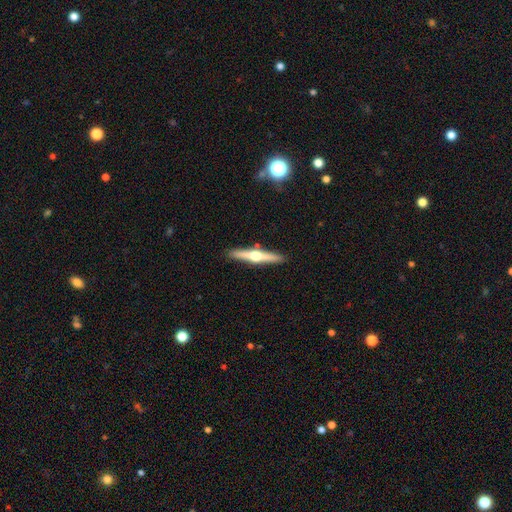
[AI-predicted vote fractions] The model was most divided on "smooth or featured": featured or disk: 70%, smooth: 25%, star or artifact: 5%. More confident: edge-on disk — yes (98%); edge-on bulge — rounded (95%); merging — none (90%).